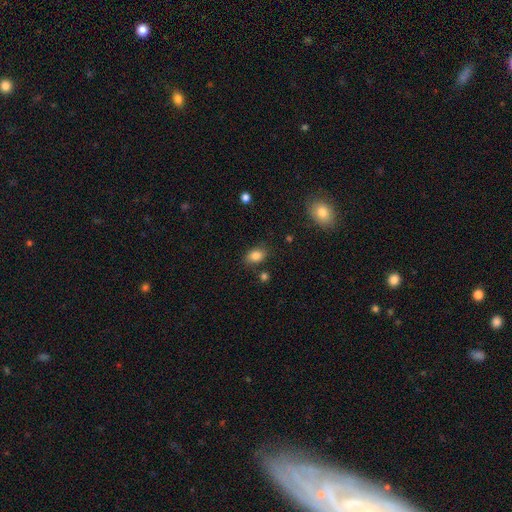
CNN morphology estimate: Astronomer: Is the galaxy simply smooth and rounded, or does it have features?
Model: smooth — 83%.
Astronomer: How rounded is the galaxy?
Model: in between — 76%.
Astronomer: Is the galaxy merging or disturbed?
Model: none — 78%.